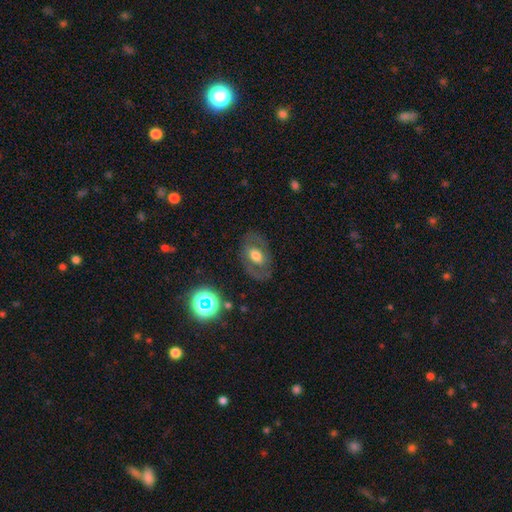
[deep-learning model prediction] Smooth or featured? Predicted: featured or disk (p=0.50). Edge-on disk? Predicted: no (p=0.92). Merging? Predicted: none (p=0.75).